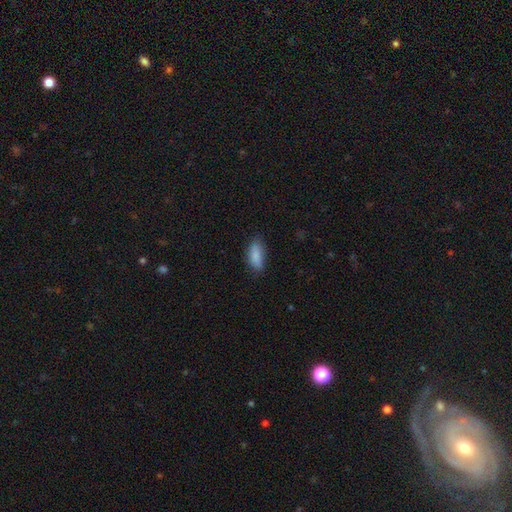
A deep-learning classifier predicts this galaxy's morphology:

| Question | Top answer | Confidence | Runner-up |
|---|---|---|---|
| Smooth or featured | smooth | 87% | star or artifact (7%) |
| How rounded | in between | 83% | cigar-shaped (15%) |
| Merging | none | 74% | minor disturbance (20%) |